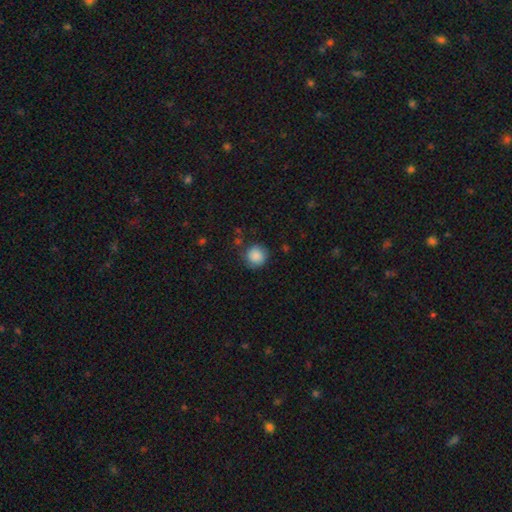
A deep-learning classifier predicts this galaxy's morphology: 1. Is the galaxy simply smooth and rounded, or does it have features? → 88% smooth, 8% star or artifact, 4% featured or disk.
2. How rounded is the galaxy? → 93% round, 6% in between, 1% cigar-shaped.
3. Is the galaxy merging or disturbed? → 80% none, 14% minor disturbance, 4% major disturbance, 2% merger.